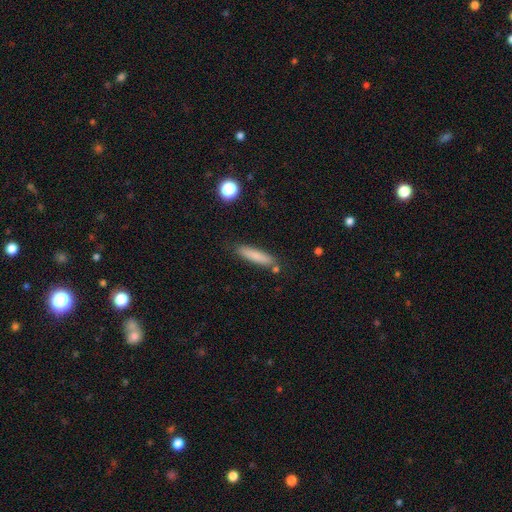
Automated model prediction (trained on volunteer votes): This appears to be a smooth galaxy with no disk features (80%) that is cigar-shaped (84%). Merging: none (81%).